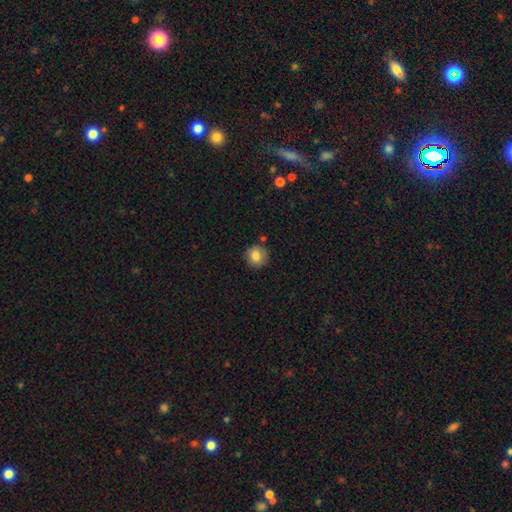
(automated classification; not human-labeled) Smooth or featured? smooth (81%)
How rounded? round (92%)
Merging? none (85%)